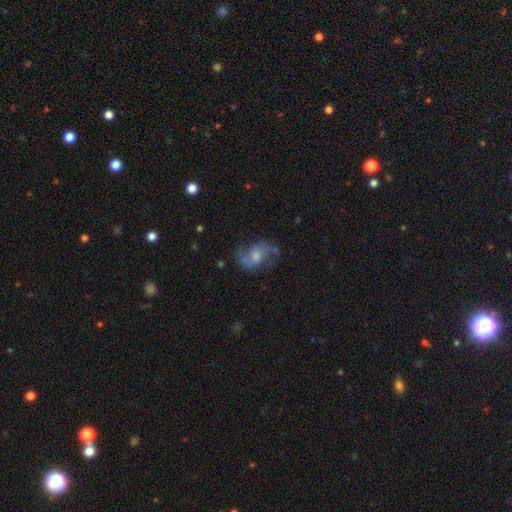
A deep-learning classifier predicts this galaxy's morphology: Smooth or featured: featured or disk — 77% (smooth — 14%)
Edge-on disk: no — 97% (yes — 3%)
Bar: no — 52% (weak — 39%)
Spiral arms: yes — 93% (no — 7%)
Spiral winding: loose — 45% (medium — 43%)
Spiral arm count: 2 — 86% (can't tell — 6%)
Bulge size: moderate — 52% (small — 31%)
Merging: none — 71% (minor disturbance — 17%)